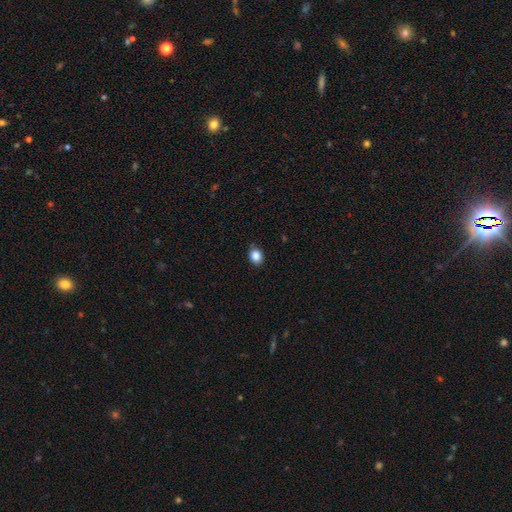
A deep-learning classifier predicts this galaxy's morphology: The model was most divided on "how rounded": round: 54%, in between: 45%, cigar-shaped: 1%. More confident: smooth or featured — smooth (86%); merging — none (85%).